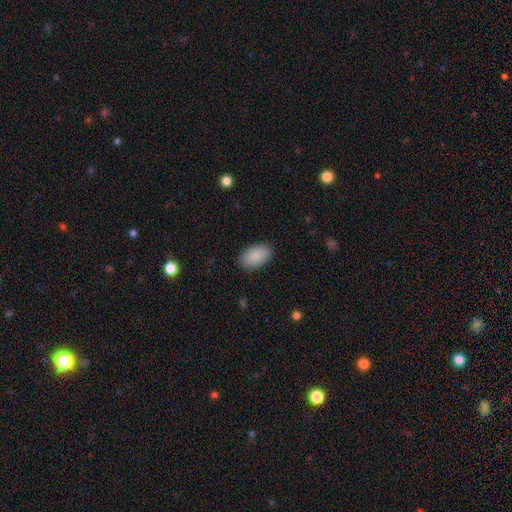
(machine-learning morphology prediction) Smooth or featured?
  - smooth: 90% *
  - star or artifact: 6%
  - featured or disk: 4%
How rounded?
  - in between: 95% *
  - round: 4%
  - cigar-shaped: 1%
Merging?
  - none: 88% *
  - minor disturbance: 9%
  - major disturbance: 2%
  - merger: 1%